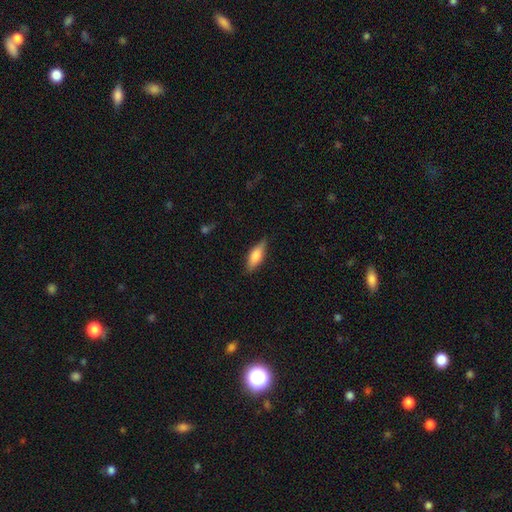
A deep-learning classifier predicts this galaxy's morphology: Smooth or featured? Predicted: smooth (p=0.74). How rounded? Predicted: in between (p=0.65). Merging? Predicted: none (p=0.80).